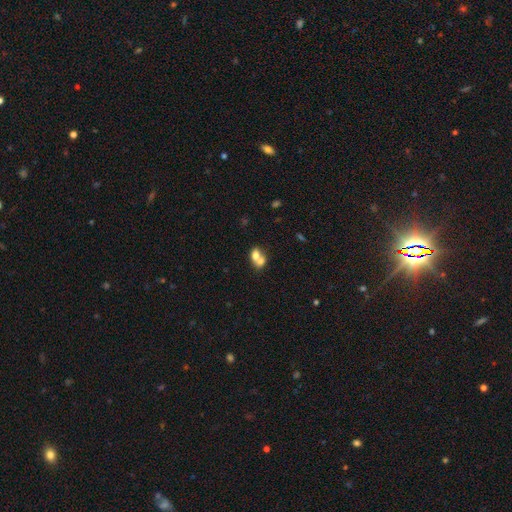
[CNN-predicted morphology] smooth 69%, featured or disk 21%, star or artifact 9%. Down the decision tree: how rounded — in between (62%); merging — merger (70%).